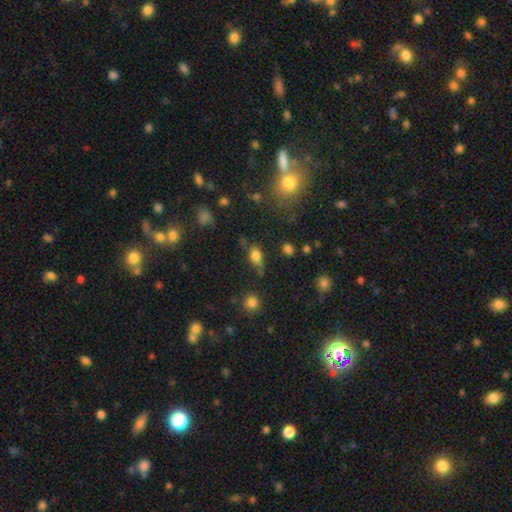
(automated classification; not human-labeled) Smooth or featured?
  - smooth: 77% *
  - star or artifact: 12%
  - featured or disk: 11%
How rounded?
  - in between: 76% *
  - round: 20%
  - cigar-shaped: 5%
Merging?
  - none: 65% *
  - minor disturbance: 22%
  - major disturbance: 7%
  - merger: 7%